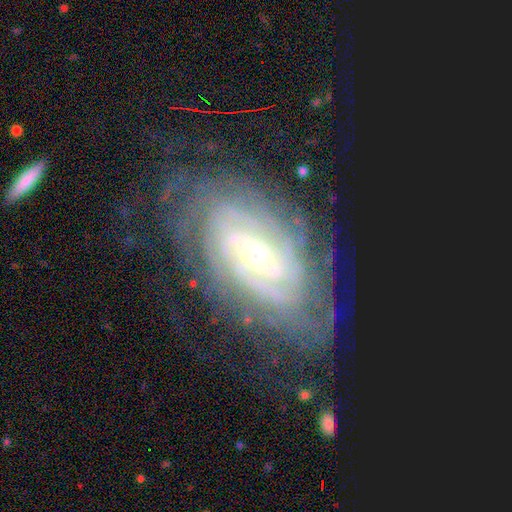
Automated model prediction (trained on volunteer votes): smooth-or-featured: featured or disk: 88% | smooth: 6% | star or artifact: 6%
  disk-edge-on: no: 94% | yes: 6%
    bar: weak: 44% | strong: 33% | no: 23%
    has-spiral-arms: yes: 97% | no: 3%
      spiral-winding: tight: 78% | medium: 18% | loose: 4%
      spiral-arm-count: can't tell: 38% | 4: 16% | 2: 14% | more than 4: 14% | 3: 11% | 1: 6%
    bulge-size: small: 54% | moderate: 41% | large: 3% | none: 1% | dominant: 1%
  merging: none: 76% | minor disturbance: 16% | major disturbance: 7% | merger: 1%